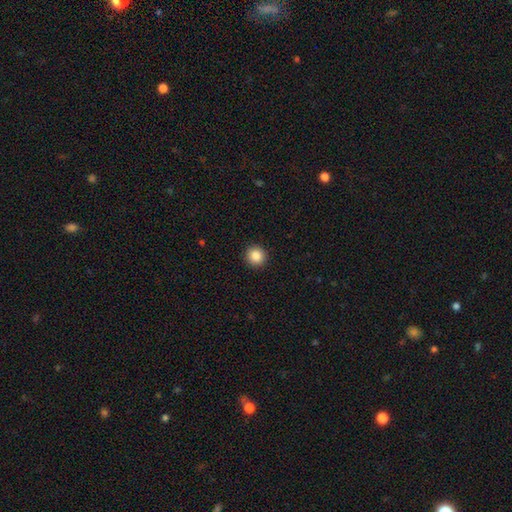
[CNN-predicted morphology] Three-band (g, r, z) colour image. It shows a smooth galaxy with no disk features (86%) that is round (94%). Merging: none (93%).